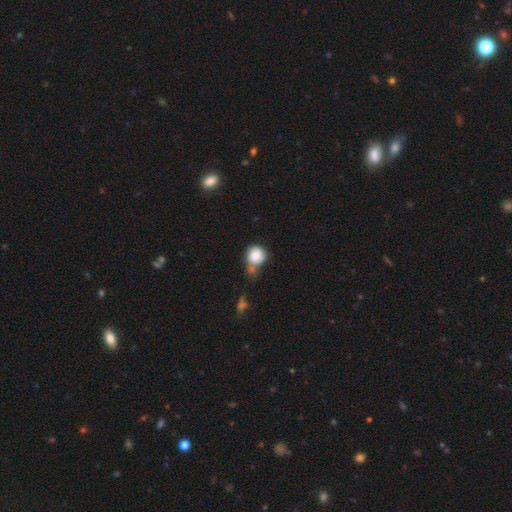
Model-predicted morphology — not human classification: Q: Smooth or featured?
A: smooth (81%); runner-up: featured or disk (11%)
Q: How rounded?
A: round (81%); runner-up: in between (18%)
Q: Merging?
A: none (39%); runner-up: merger (27%)